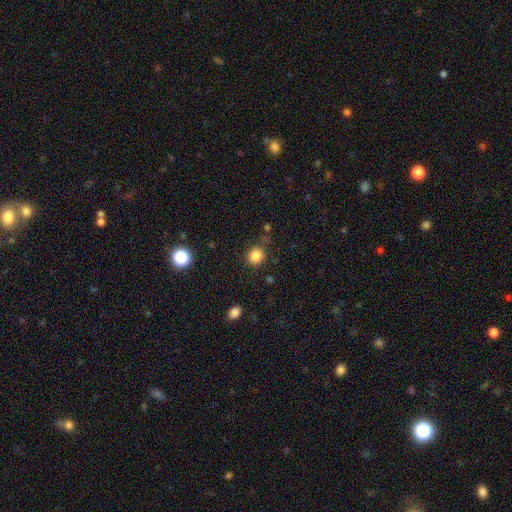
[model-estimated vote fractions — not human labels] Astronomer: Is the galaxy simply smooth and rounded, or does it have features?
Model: smooth — 84%.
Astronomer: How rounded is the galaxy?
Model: round — 85%.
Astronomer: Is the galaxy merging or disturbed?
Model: none — 79%.